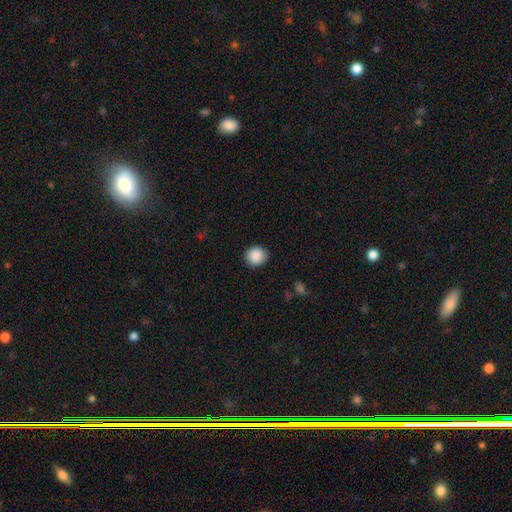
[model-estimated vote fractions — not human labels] Q: Smooth or featured?
A: smooth (89%); runner-up: star or artifact (8%)
Q: How rounded?
A: round (91%); runner-up: in between (8%)
Q: Merging?
A: none (90%); runner-up: minor disturbance (7%)